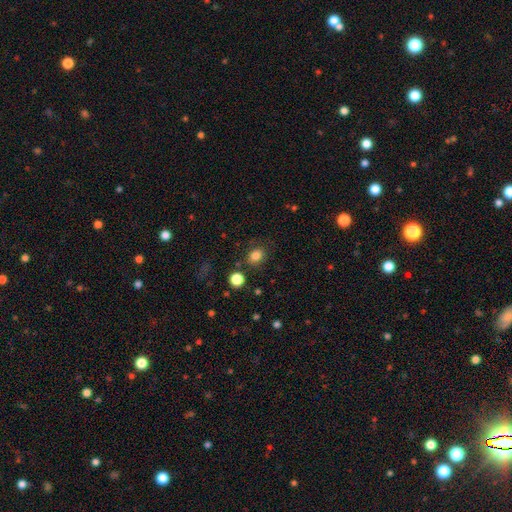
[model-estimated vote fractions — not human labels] smooth_or_featured: smooth (p=0.83) [alt: star or artifact p=0.12]
how_rounded: round (p=0.59) [alt: in between p=0.40]
merging: none (p=0.78) [alt: minor disturbance p=0.13]